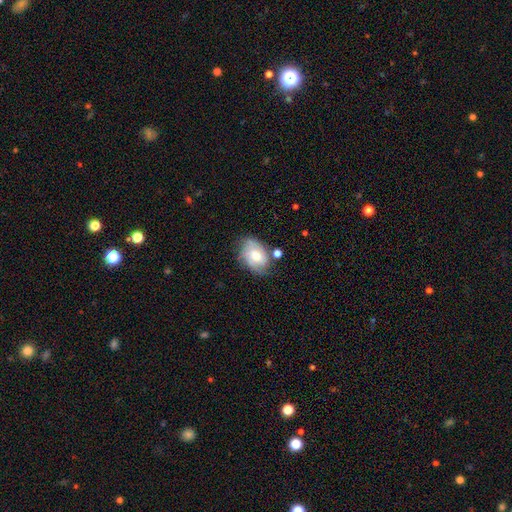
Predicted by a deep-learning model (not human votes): Smooth or featured? featured or disk (50%)
Edge-on disk? no (95%)
Merging? none (59%)